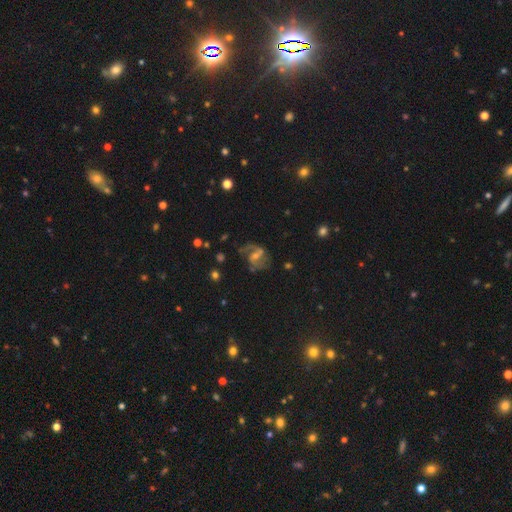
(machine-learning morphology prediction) smooth_or_featured: featured or disk (p=0.75) [alt: star or artifact p=0.13]
disk_edge_on: no (p=0.97) [alt: yes p=0.03]
bar: weak (p=0.51) [alt: no p=0.27]
has_spiral_arms: yes (p=0.91) [alt: no p=0.09]
spiral_winding: medium (p=0.49) [alt: loose p=0.35]
spiral_arm_count: 2 (p=0.79) [alt: can't tell p=0.08]
bulge_size: small (p=0.48) [alt: moderate p=0.41]
merging: none (p=0.66) [alt: minor disturbance p=0.17]